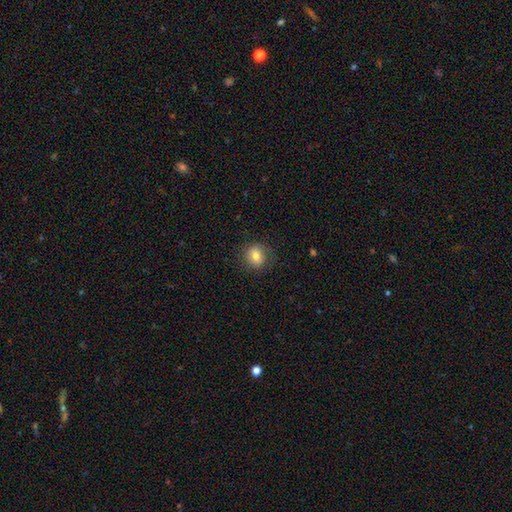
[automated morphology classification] smooth_or_featured: smooth (p=0.79) [alt: featured or disk p=0.11]
how_rounded: round (p=0.80) [alt: in between p=0.19]
merging: none (p=0.85) [alt: minor disturbance p=0.11]